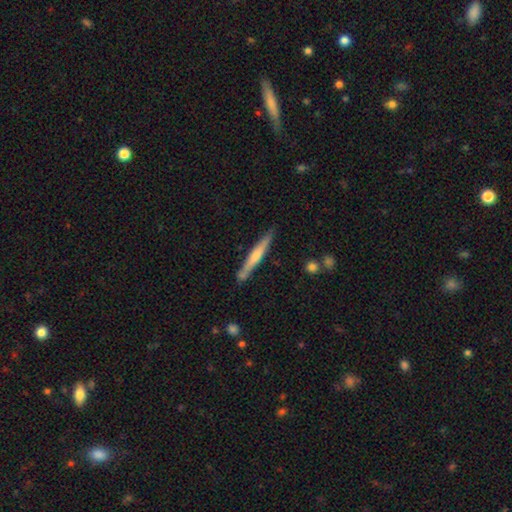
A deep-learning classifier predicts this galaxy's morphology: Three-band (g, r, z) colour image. It shows a featured or disk galaxy (51%) viewed edge-on (96%). Merging: none (83%).